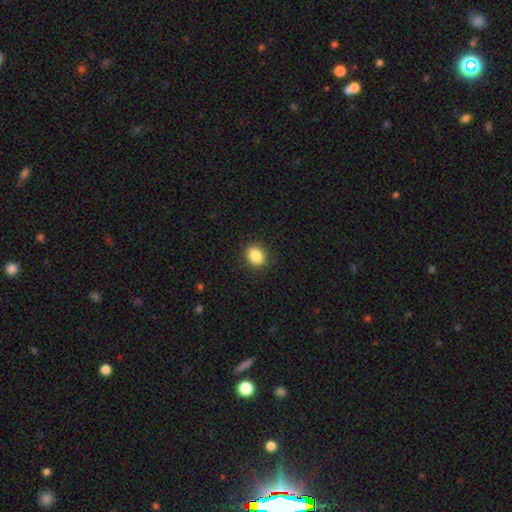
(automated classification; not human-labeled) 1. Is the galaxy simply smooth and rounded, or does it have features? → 86% smooth, 9% star or artifact, 5% featured or disk.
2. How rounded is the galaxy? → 51% in between, 48% round, 1% cigar-shaped.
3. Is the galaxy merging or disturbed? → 89% none, 8% minor disturbance, 2% major disturbance, 1% merger.